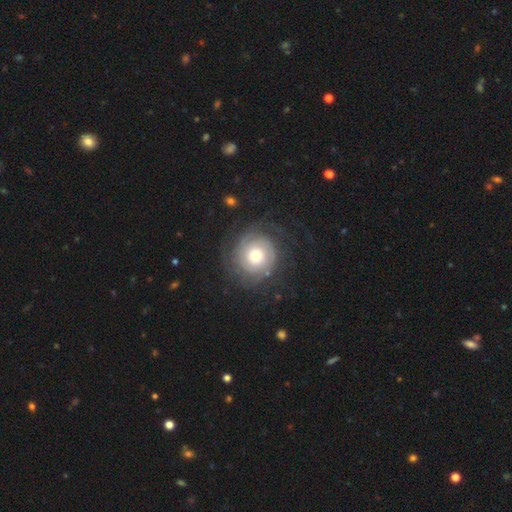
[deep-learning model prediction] A featured or disk galaxy (76%) with no bar (80%), tight (76%) spiral arms (92%) and a moderate central bulge (62%). Merging: none (74%).